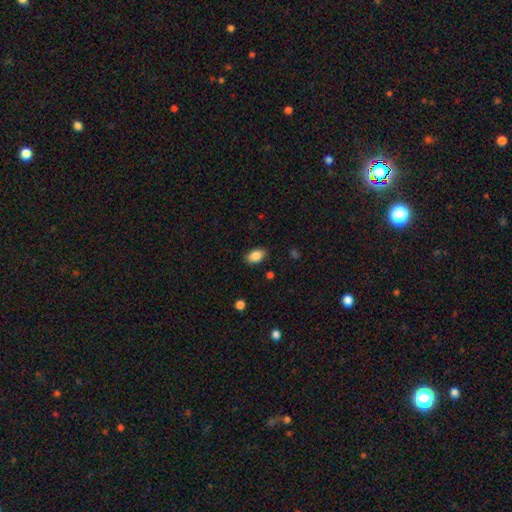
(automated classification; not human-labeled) smooth-or-featured: smooth: 86% | star or artifact: 8% | featured or disk: 5%
  how-rounded: in between: 87% | round: 11% | cigar-shaped: 2%
  merging: none: 85% | minor disturbance: 11% | major disturbance: 3% | merger: 1%